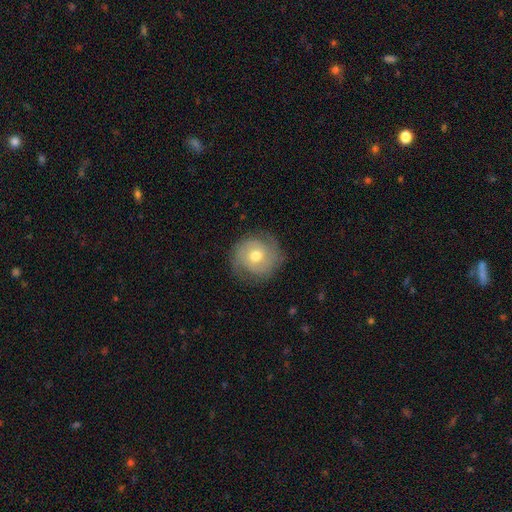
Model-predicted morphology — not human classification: A featured or disk galaxy (62%) with no bar (72%), 2 (65%) tight (53%) spiral arms (86%) and a moderate central bulge (71%). Merging: none (79%).